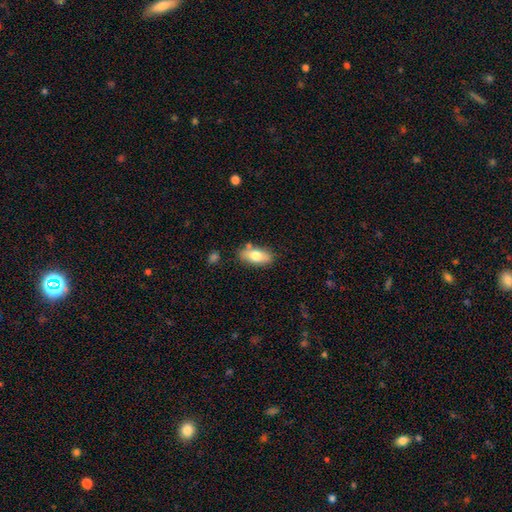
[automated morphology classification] Smooth or featured? smooth (73%)
How rounded? in between (87%)
Merging? none (77%)